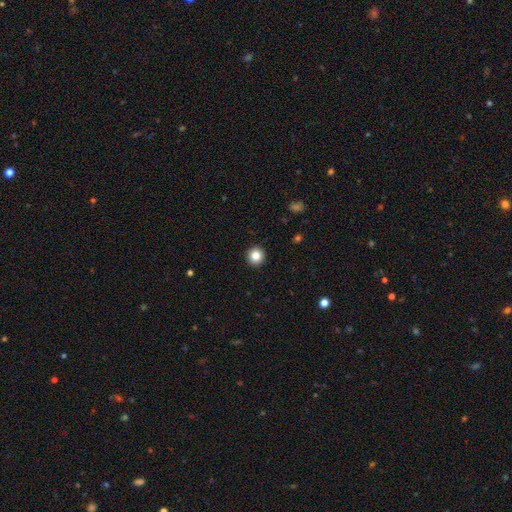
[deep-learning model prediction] The model was most divided on "smooth or featured": smooth: 84%, star or artifact: 10%, featured or disk: 6%. More confident: how rounded — round (94%); merging — none (93%).